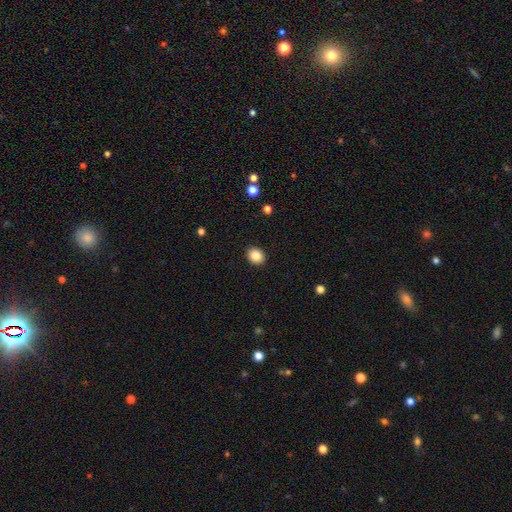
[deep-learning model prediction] Smooth or featured: smooth — 85% (star or artifact — 9%)
How rounded: round — 63% (in between — 36%)
Merging: none — 92% (minor disturbance — 6%)